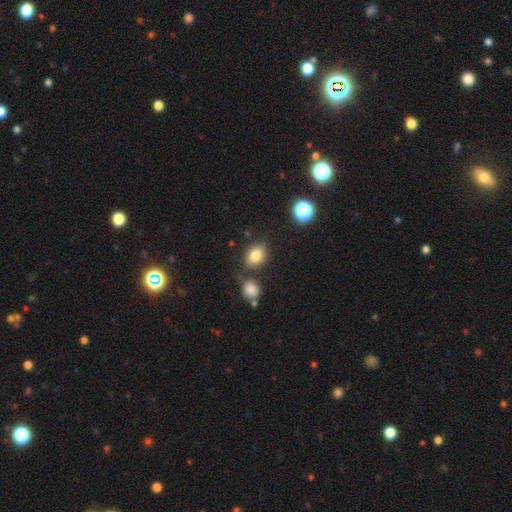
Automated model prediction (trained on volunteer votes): A smooth galaxy with no disk features (78%) that is in between round and cigar-shaped (68%). Merging: none (72%).